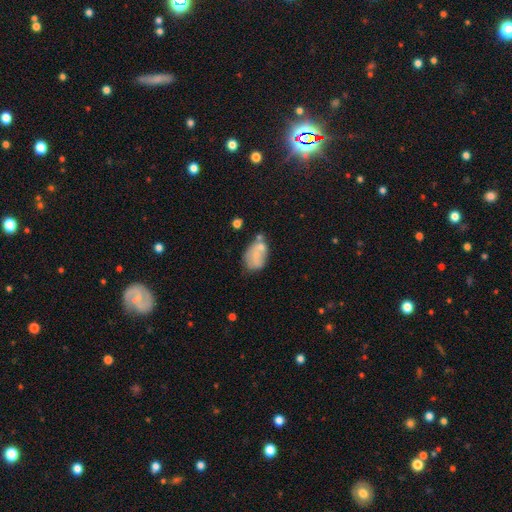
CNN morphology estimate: This is possibly a smooth galaxy (58%). How rounded: clearly in between (82%). Merging: marginally none (37%).